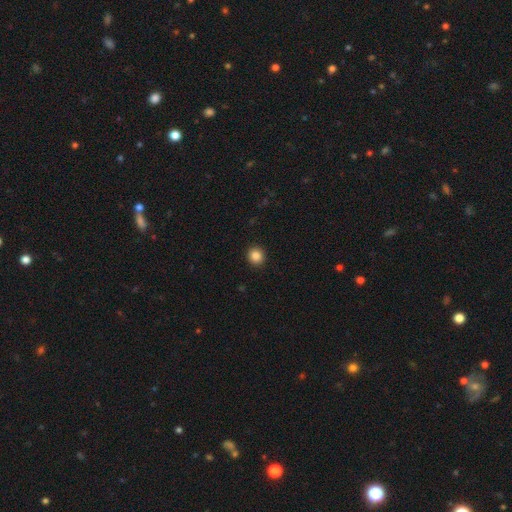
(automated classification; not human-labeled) smooth 86%, star or artifact 10%, featured or disk 4%. Down the decision tree: how rounded — round (89%); merging — none (93%).